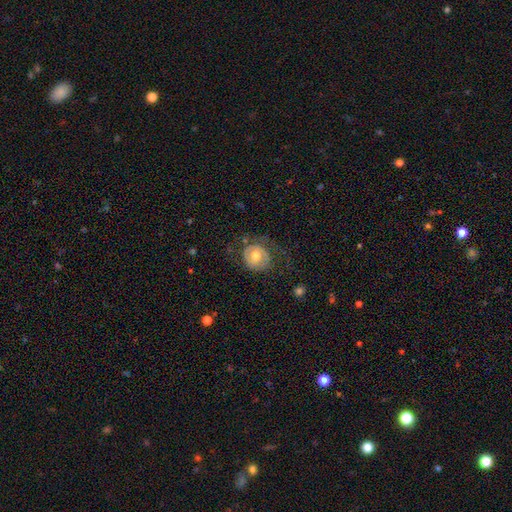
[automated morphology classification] smooth_or_featured: smooth (p=0.48) [alt: featured or disk p=0.44]
merging: none (p=0.52) [alt: major disturbance p=0.24]